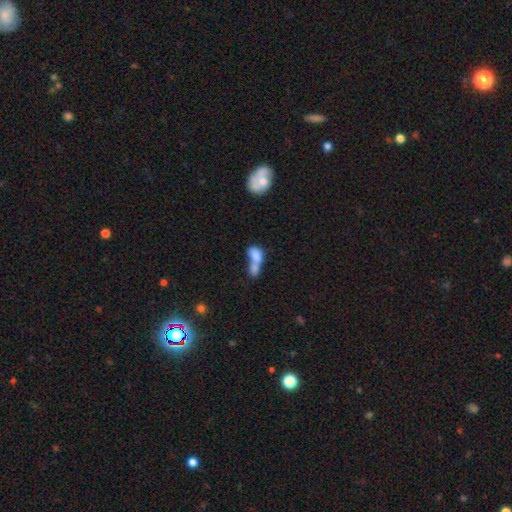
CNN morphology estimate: This is likely a smooth galaxy (76%). How rounded: likely in between (78%). Merging: likely merger (76%).